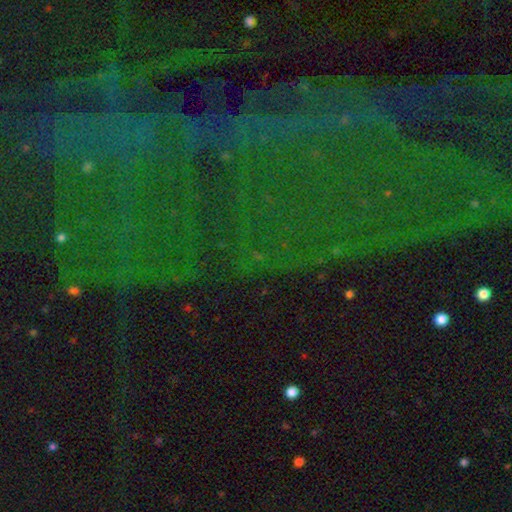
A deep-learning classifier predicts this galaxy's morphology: Smooth or featured? star or artifact (81%)